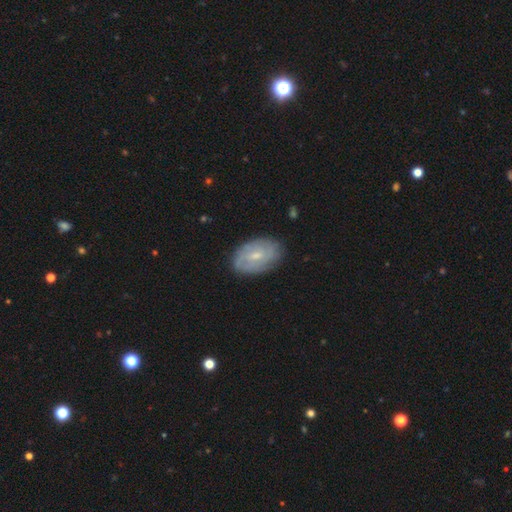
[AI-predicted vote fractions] Smooth or featured?
  - featured or disk: 55% *
  - smooth: 38%
  - star or artifact: 7%
Edge-on disk?
  - no: 95% *
  - yes: 5%
Bar?
  - no: 48% *
  - weak: 45%
  - strong: 7%
Spiral arms?
  - yes: 75% *
  - no: 25%
Bulge size?
  - small: 58% *
  - moderate: 36%
  - none: 4%
  - large: 2%
  - dominant: 1%
Merging?
  - none: 79% *
  - minor disturbance: 16%
  - major disturbance: 4%
  - merger: 1%